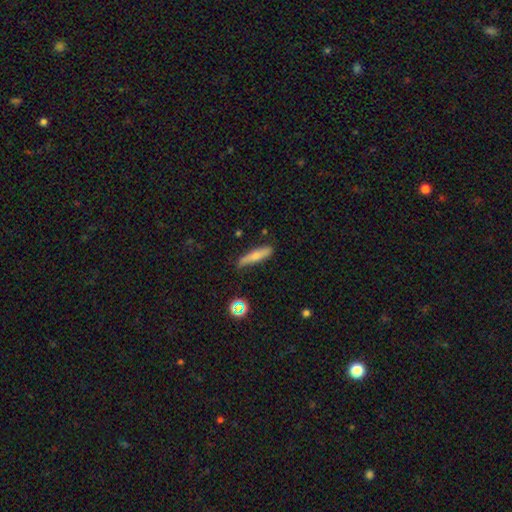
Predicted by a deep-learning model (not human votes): Smooth or featured: smooth — 61% (featured or disk — 31%)
How rounded: cigar-shaped — 81% (in between — 16%)
Merging: none — 75% (minor disturbance — 19%)